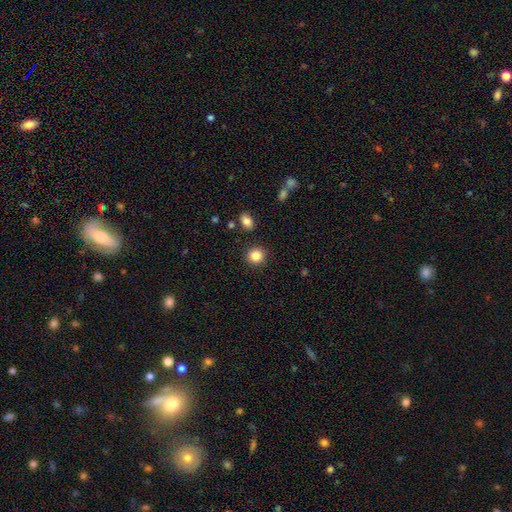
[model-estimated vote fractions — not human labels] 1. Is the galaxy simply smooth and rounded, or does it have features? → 85% smooth, 10% star or artifact, 5% featured or disk.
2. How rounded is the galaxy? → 90% round, 9% in between, 1% cigar-shaped.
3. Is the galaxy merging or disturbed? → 90% none, 6% minor disturbance, 2% merger, 2% major disturbance.